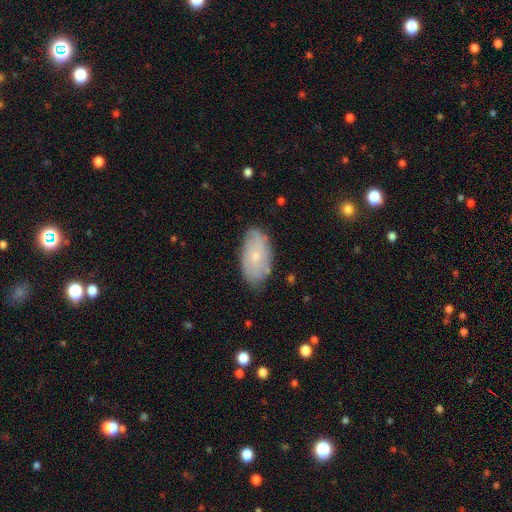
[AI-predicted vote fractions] Smooth or featured?
  - smooth: 49% *
  - featured or disk: 44%
  - star or artifact: 8%
Merging?
  - none: 76% *
  - minor disturbance: 19%
  - major disturbance: 4%
  - merger: 1%